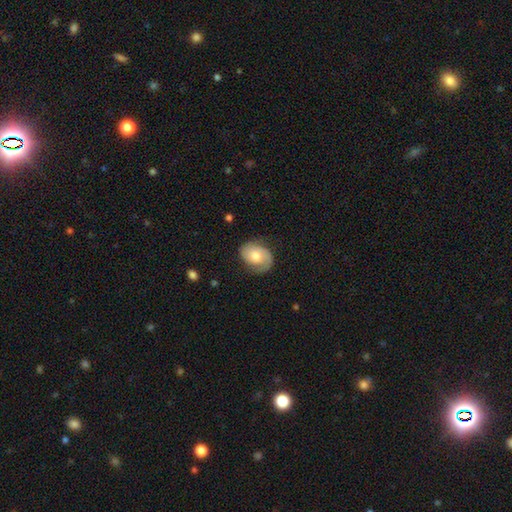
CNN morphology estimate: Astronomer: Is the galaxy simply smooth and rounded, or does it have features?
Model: featured or disk — 59%.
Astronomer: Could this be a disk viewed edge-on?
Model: no — 97%.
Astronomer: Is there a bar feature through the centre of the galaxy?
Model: no — 73%.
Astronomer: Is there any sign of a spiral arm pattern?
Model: yes — 87%.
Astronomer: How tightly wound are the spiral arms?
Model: tight — 42% (runner-up: medium, 38%).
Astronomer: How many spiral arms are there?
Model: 2 — 73%.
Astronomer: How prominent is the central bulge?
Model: moderate — 67%.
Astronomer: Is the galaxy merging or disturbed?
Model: none — 74%.